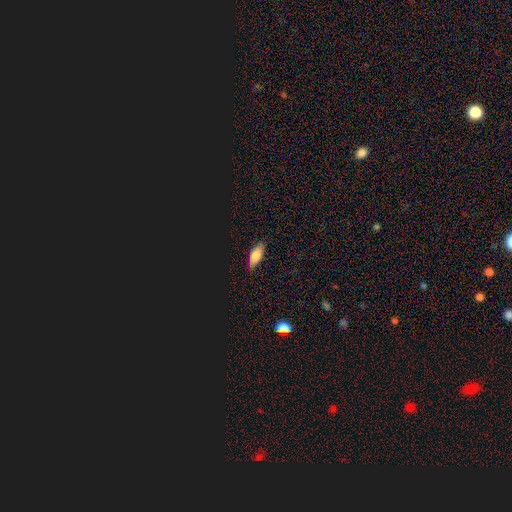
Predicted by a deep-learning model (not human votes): Q: Smooth or featured?
A: smooth (77%); runner-up: star or artifact (12%)
Q: How rounded?
A: in between (80%); runner-up: cigar-shaped (16%)
Q: Merging?
A: none (82%); runner-up: minor disturbance (14%)